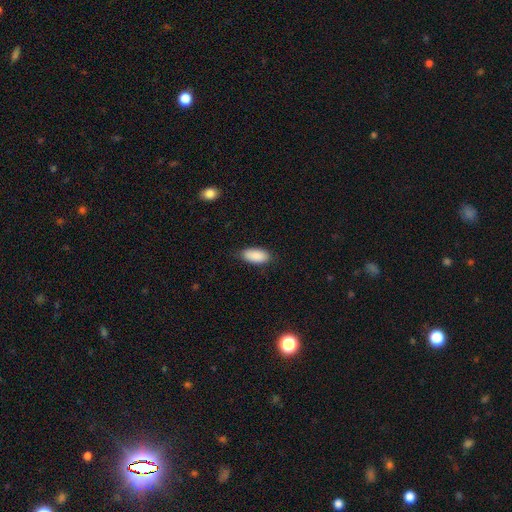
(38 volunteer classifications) Smooth or featured: smooth — 92% (star or artifact — 8%)
How rounded: in between — 94% (round — 3%)
Merging: none — 91% (minor disturbance — 6%)